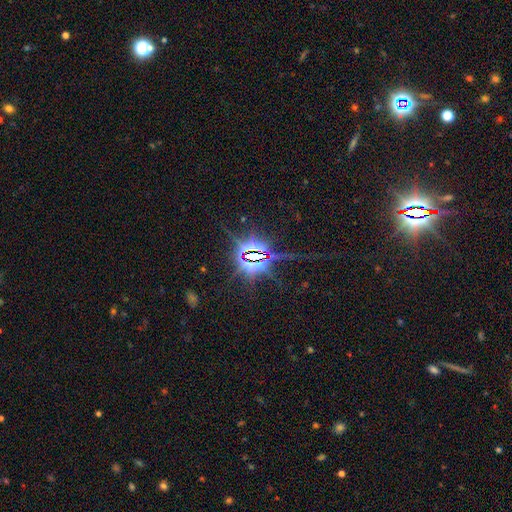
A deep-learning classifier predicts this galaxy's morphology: smooth_or_featured: star or artifact (p=0.85) [alt: featured or disk p=0.09]